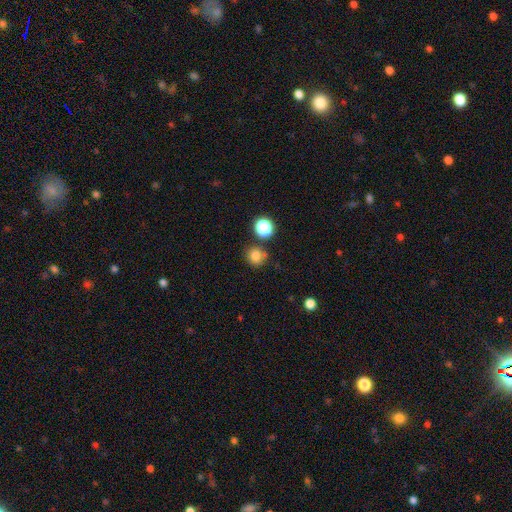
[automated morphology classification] This is likely a smooth galaxy (79%). How rounded: clearly round (84%). Merging: likely none (72%).